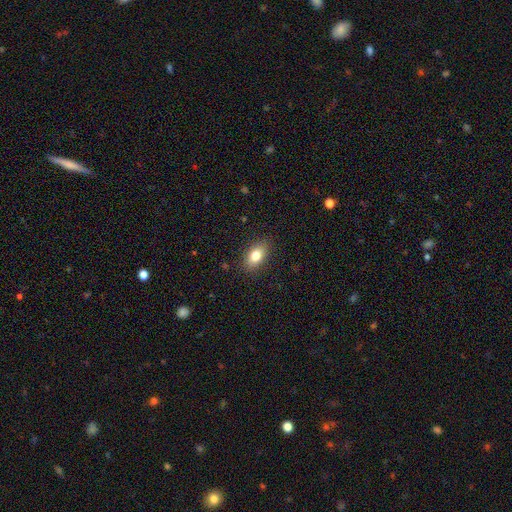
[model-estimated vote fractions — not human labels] A smooth galaxy with no disk features (80%) that is in between round and cigar-shaped (87%).

Vote fractions:
- Smooth or featured? smooth: 80% / featured or disk: 11% / star or artifact: 8%
- How rounded? in between: 87% / round: 10% / cigar-shaped: 3%
- Merging? none: 87% / minor disturbance: 10% / major disturbance: 2% / merger: 1%